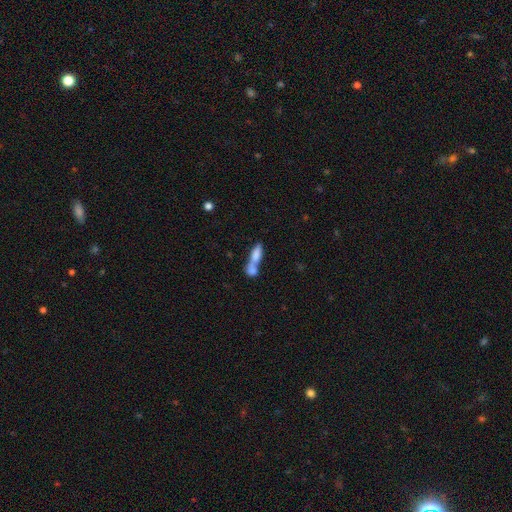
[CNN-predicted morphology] The model was most divided on "how rounded": in between: 59%, cigar-shaped: 36%, round: 5%. More confident: smooth or featured — smooth (74%); merging — merger (71%).